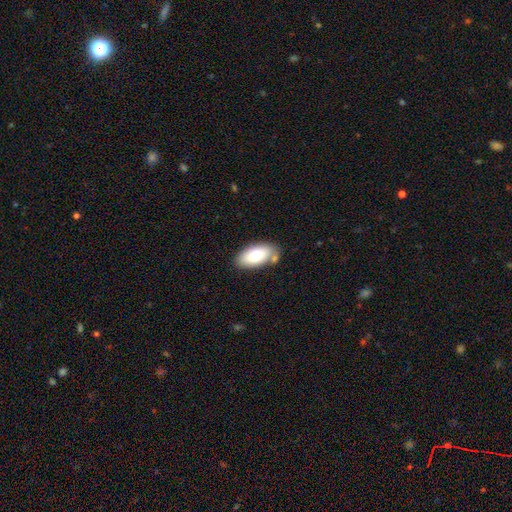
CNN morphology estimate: Smooth or featured?
  - smooth: 73% *
  - featured or disk: 20%
  - star or artifact: 7%
How rounded?
  - in between: 94% *
  - cigar-shaped: 3%
  - round: 3%
Merging?
  - none: 72% *
  - minor disturbance: 15%
  - merger: 10%
  - major disturbance: 3%